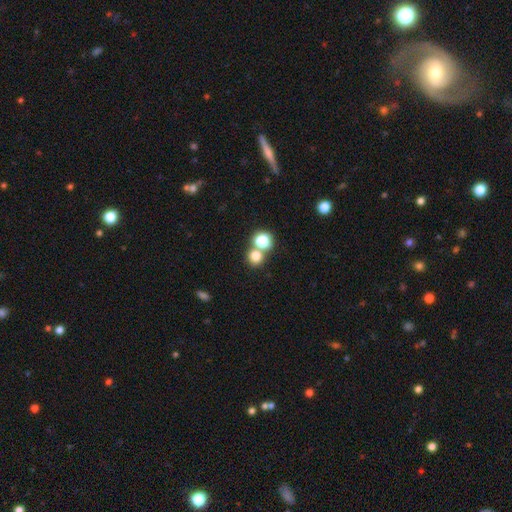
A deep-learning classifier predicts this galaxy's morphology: Smooth or featured: smooth — 76% (star or artifact — 15%)
How rounded: round — 83% (in between — 16%)
Merging: none — 50% (merger — 41%)